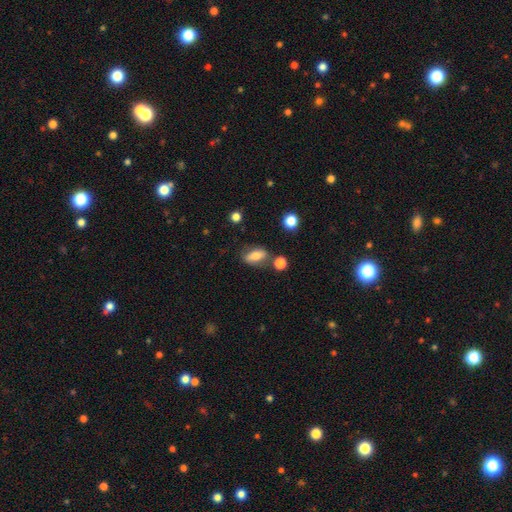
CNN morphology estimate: Smooth or featured? Predicted: smooth (p=0.70). How rounded? Predicted: in between (p=0.78). Merging? Predicted: none (p=0.72).